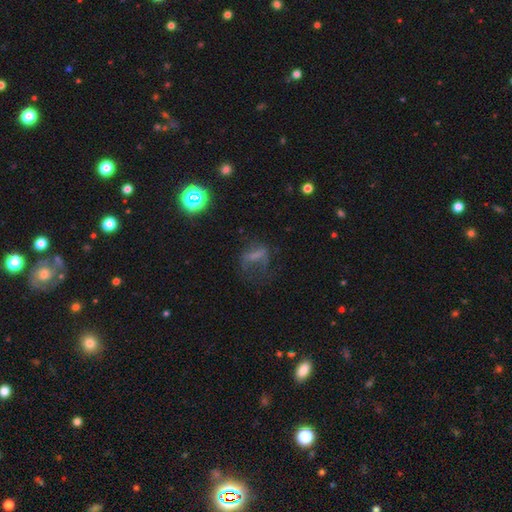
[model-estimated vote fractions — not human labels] Smooth or featured? Predicted: smooth (p=0.42). Merging? Predicted: major disturbance (p=0.40).